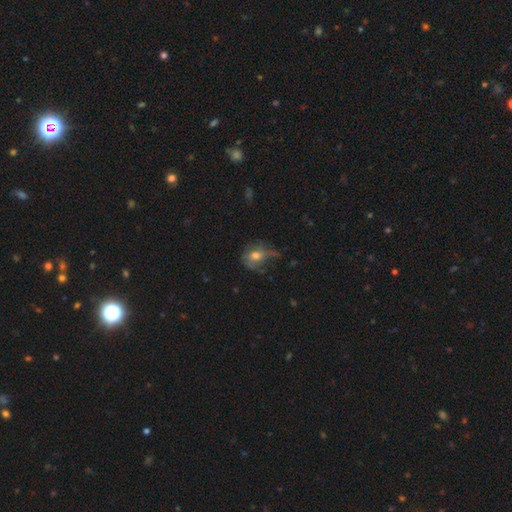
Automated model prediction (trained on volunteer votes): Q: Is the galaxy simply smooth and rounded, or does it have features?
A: smooth — 55%.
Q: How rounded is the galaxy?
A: round — 58%.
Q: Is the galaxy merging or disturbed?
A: none — 42%.